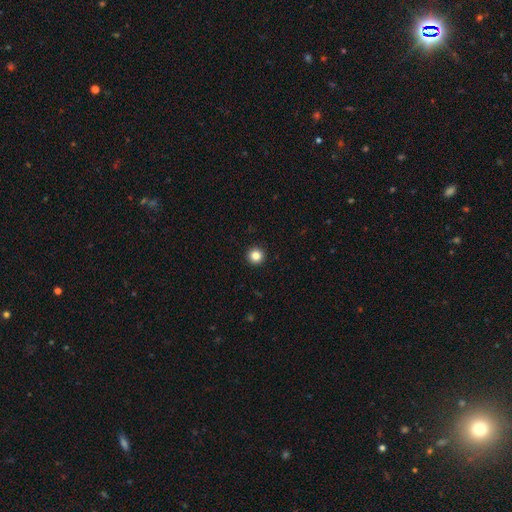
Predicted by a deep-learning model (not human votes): This appears to be a smooth galaxy with no disk features (85%) that is round (96%). Merging: none (94%).